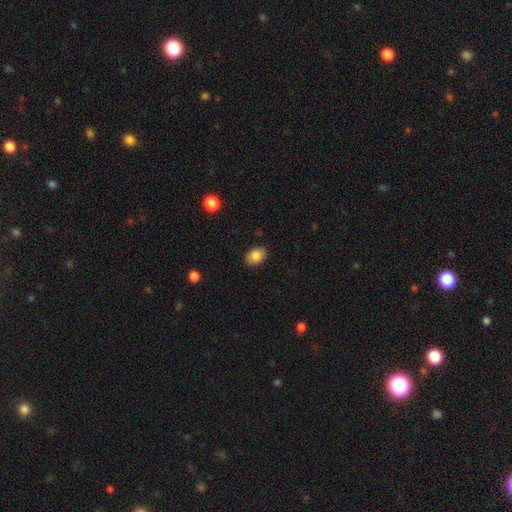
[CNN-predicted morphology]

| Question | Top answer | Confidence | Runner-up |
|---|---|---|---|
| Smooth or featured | smooth | 85% | star or artifact (8%) |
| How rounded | in between | 74% | round (25%) |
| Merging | none | 87% | minor disturbance (10%) |